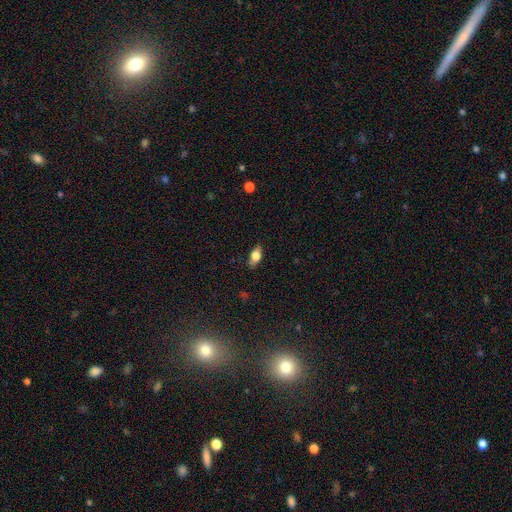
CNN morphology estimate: smooth-or-featured: smooth: 69% | featured or disk: 22% | star or artifact: 8%
  how-rounded: in between: 82% | cigar-shaped: 11% | round: 7%
  merging: none: 81% | minor disturbance: 14% | major disturbance: 3% | merger: 1%